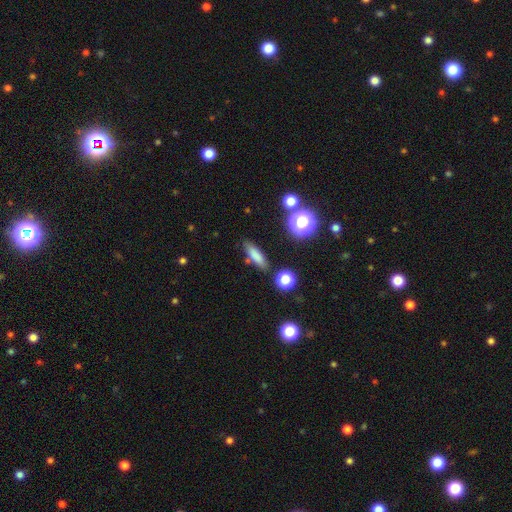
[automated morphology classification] Smooth or featured?
  - smooth: 78% *
  - star or artifact: 11%
  - featured or disk: 10%
How rounded?
  - cigar-shaped: 59% *
  - in between: 35%
  - round: 6%
Merging?
  - none: 82% *
  - minor disturbance: 11%
  - merger: 4%
  - major disturbance: 3%